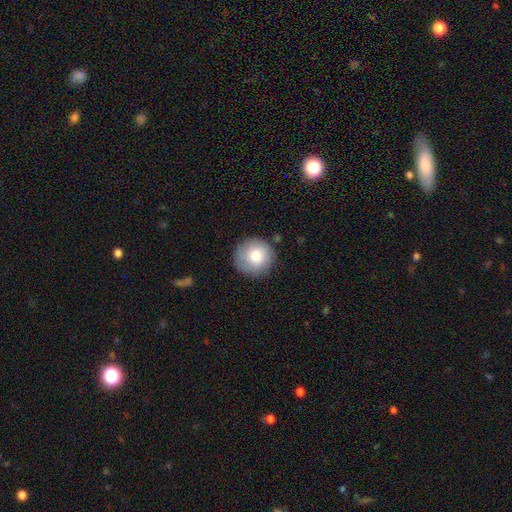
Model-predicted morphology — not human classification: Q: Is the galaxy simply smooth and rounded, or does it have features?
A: smooth — 78%.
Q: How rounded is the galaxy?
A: round — 95%.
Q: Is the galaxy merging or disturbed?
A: none — 84%.